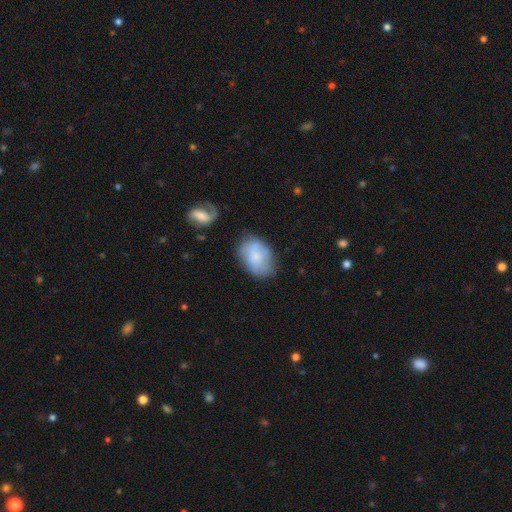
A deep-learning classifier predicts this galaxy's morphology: This is likely a smooth galaxy (69%). How rounded: clearly in between (83%). Merging: likely none (62%).